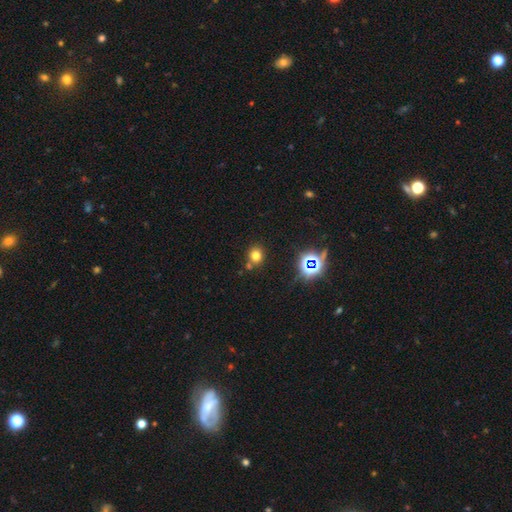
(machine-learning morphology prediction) Smooth or featured? Predicted: smooth (p=0.70). How rounded? Predicted: round (p=0.82). Merging? Predicted: none (p=0.73).